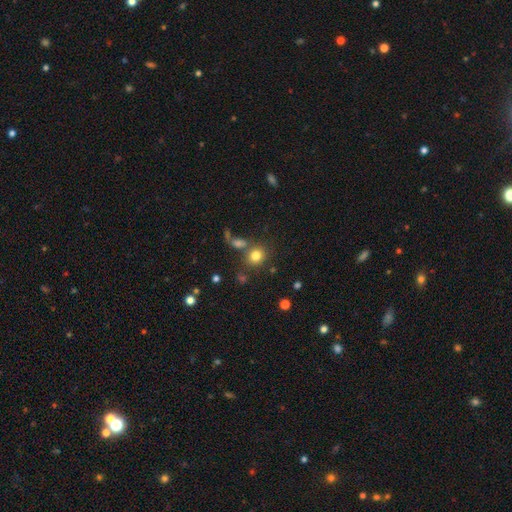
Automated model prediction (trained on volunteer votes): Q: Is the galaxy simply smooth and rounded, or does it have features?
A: smooth — 79%.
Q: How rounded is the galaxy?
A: round — 78%.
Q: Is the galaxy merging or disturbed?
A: none — 70%.